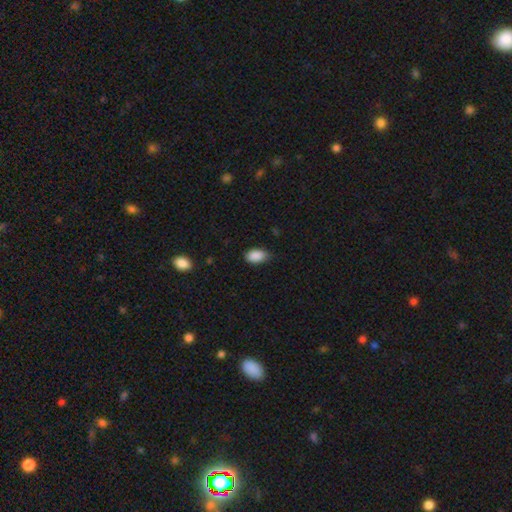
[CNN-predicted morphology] smooth 89%, star or artifact 8%, featured or disk 4%. Down the decision tree: how rounded — in between (91%); merging — none (68%).